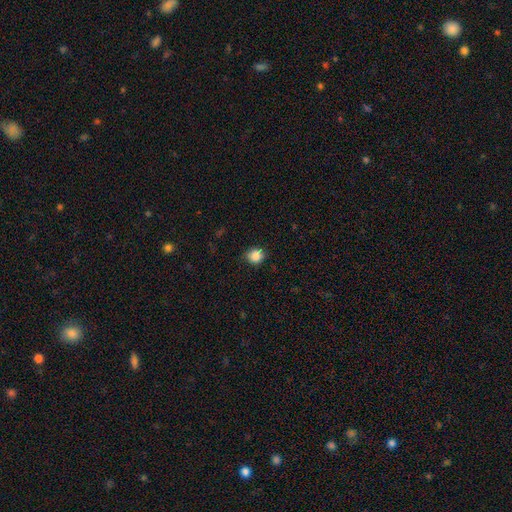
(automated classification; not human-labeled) A smooth galaxy with no disk features (85%) that is round (78%).

Vote fractions:
- Smooth or featured? smooth: 85% / star or artifact: 10% / featured or disk: 5%
- How rounded? round: 78% / in between: 21% / cigar-shaped: 1%
- Merging? none: 80% / minor disturbance: 16% / major disturbance: 3% / merger: 1%